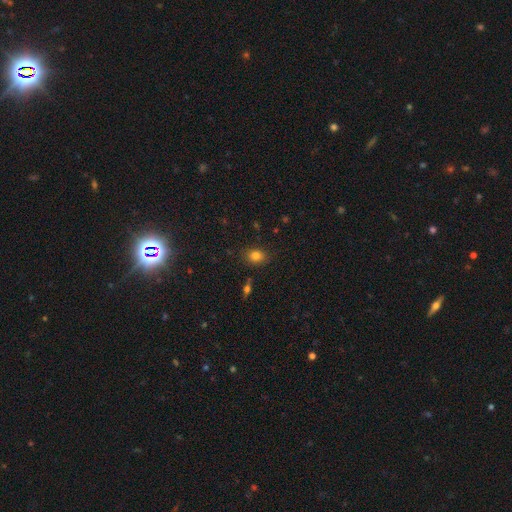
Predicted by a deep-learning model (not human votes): smooth_or_featured: smooth (p=0.81) [alt: star or artifact p=0.12]
how_rounded: in between (p=0.54) [alt: round p=0.45]
merging: none (p=0.83) [alt: minor disturbance p=0.12]